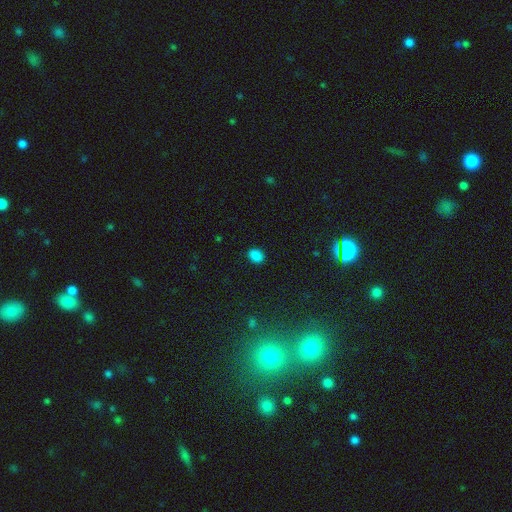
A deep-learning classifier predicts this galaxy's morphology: This is clearly a smooth galaxy (85%). How rounded: likely in between (66%). Merging: clearly none (88%).